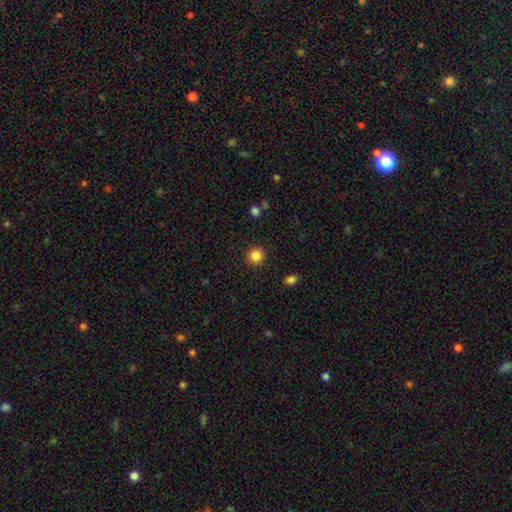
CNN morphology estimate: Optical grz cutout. It shows a smooth galaxy with no disk features (86%) that is round (94%). Merging: none (91%).